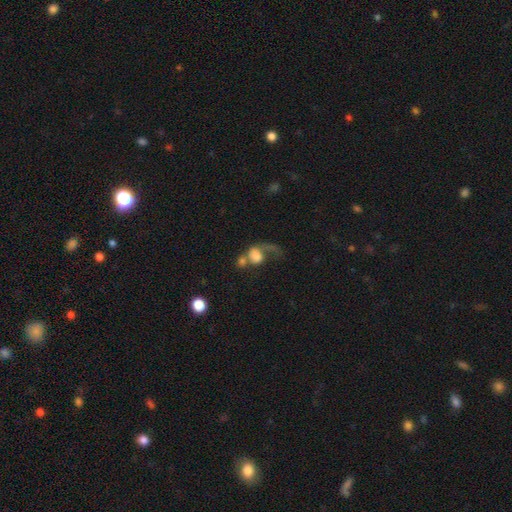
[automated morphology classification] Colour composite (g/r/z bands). It shows a smooth galaxy with no disk features (59%) that is round (52%). Merging: merger (38%).